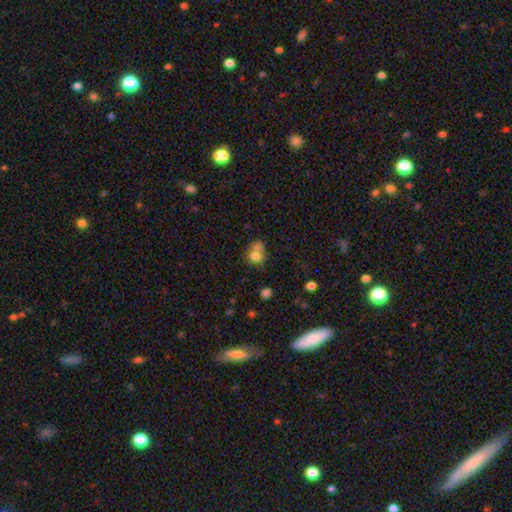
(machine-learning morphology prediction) Smooth or featured? smooth (74%)
How rounded? round (61%)
Merging? none (37%)